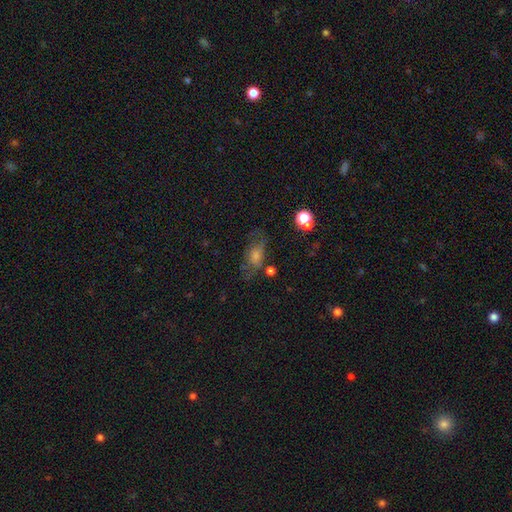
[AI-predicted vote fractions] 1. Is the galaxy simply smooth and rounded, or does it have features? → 44% smooth, 36% featured or disk, 20% star or artifact.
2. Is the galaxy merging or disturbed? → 59% none, 21% minor disturbance, 15% major disturbance, 5% merger.